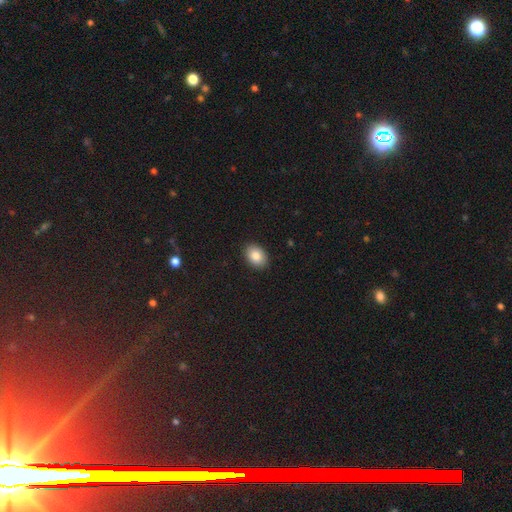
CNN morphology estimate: Smooth or featured? smooth (85%)
How rounded? in between (78%)
Merging? none (90%)